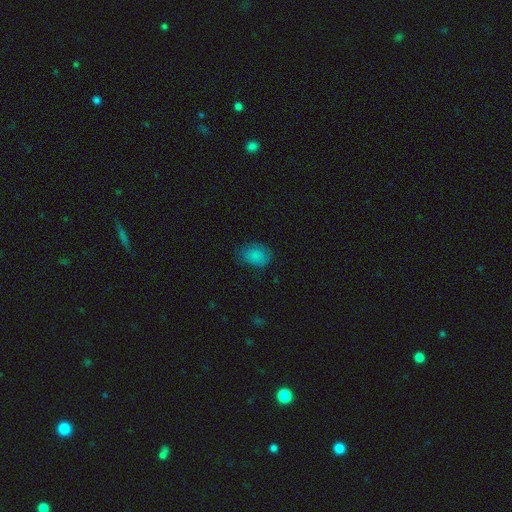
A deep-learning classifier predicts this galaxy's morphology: smooth-or-featured: smooth: 82% | star or artifact: 10% | featured or disk: 8%
  how-rounded: in between: 70% | round: 29% | cigar-shaped: 1%
  merging: none: 68% | minor disturbance: 24% | major disturbance: 6% | merger: 1%